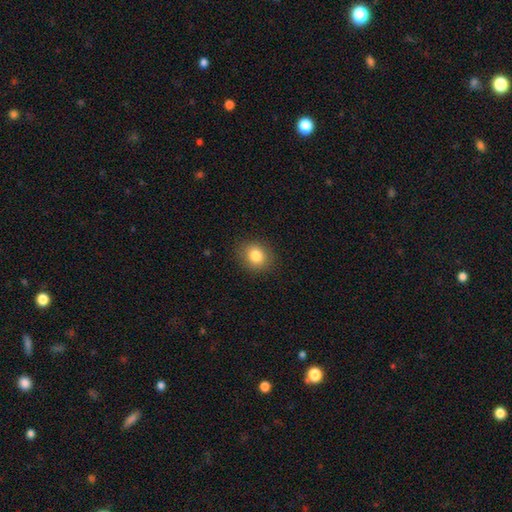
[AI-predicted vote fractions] Smooth or featured: smooth — 82% (star or artifact — 10%)
How rounded: round — 69% (in between — 30%)
Merging: none — 88% (minor disturbance — 8%)